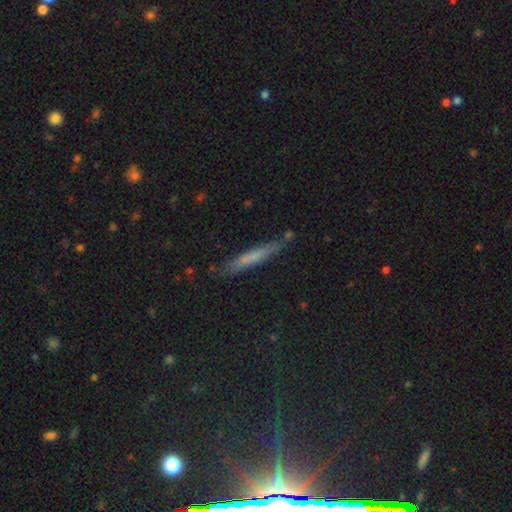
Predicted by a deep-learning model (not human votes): Overall: smooth (59%; featured or disk 30%). How rounded: cigar-shaped (94%). Merging: none (79%).